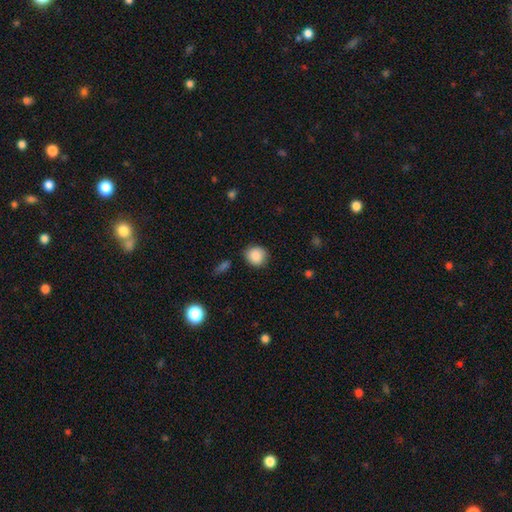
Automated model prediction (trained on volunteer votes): A smooth galaxy with no disk features (87%) that is round (83%). Merging: none (84%).